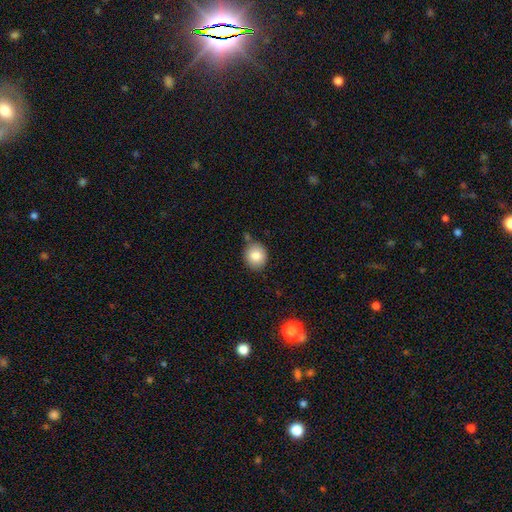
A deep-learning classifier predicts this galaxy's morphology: smooth-or-featured: smooth: 84% | star or artifact: 9% | featured or disk: 7%
  how-rounded: round: 79% | in between: 20% | cigar-shaped: 1%
  merging: none: 75% | minor disturbance: 15% | merger: 7% | major disturbance: 3%